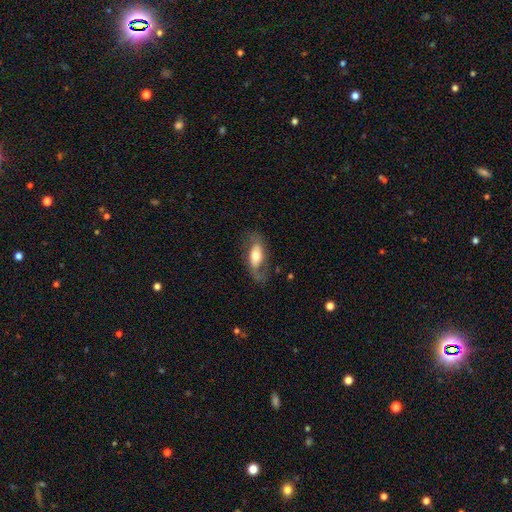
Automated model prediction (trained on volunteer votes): Smooth or featured?
  - featured or disk: 59% *
  - smooth: 35%
  - star or artifact: 6%
Edge-on disk?
  - no: 85% *
  - yes: 15%
Bar?
  - no: 48% *
  - weak: 29%
  - strong: 23%
Spiral arms?
  - yes: 78% *
  - no: 22%
Bulge size?
  - moderate: 59% *
  - large: 26%
  - small: 11%
  - dominant: 3%
  - none: 1%
Merging?
  - none: 66% *
  - minor disturbance: 19%
  - major disturbance: 13%
  - merger: 2%